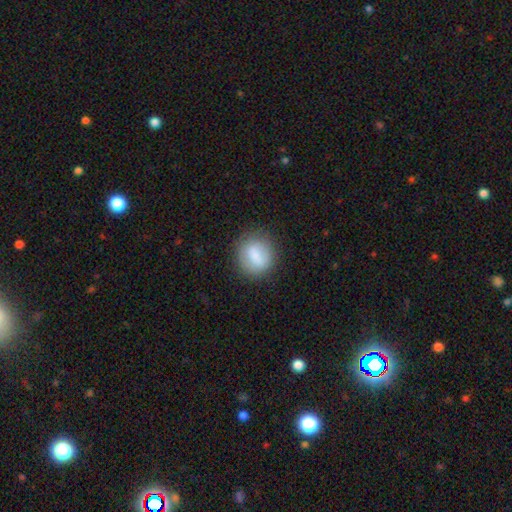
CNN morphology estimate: Smooth or featured? Predicted: smooth (p=0.78). How rounded? Predicted: round (p=0.71). Merging? Predicted: none (p=0.78).